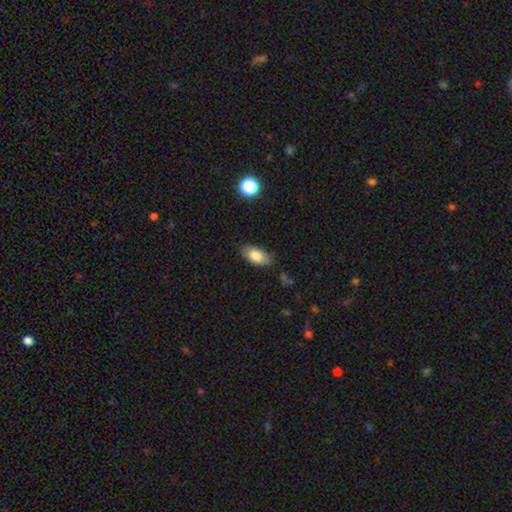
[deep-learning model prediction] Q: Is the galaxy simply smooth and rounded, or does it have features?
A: smooth — 81%.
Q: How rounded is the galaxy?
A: in between — 91%.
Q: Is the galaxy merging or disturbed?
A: none — 81%.